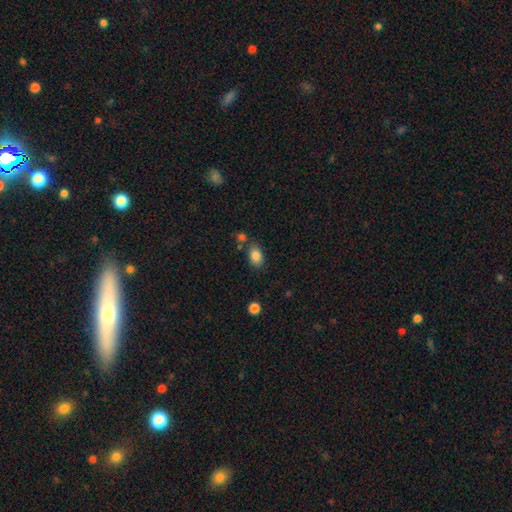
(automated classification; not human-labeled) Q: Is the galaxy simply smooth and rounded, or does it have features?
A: smooth — 84%.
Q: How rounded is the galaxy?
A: in between — 84%.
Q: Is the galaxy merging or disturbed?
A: none — 71%.